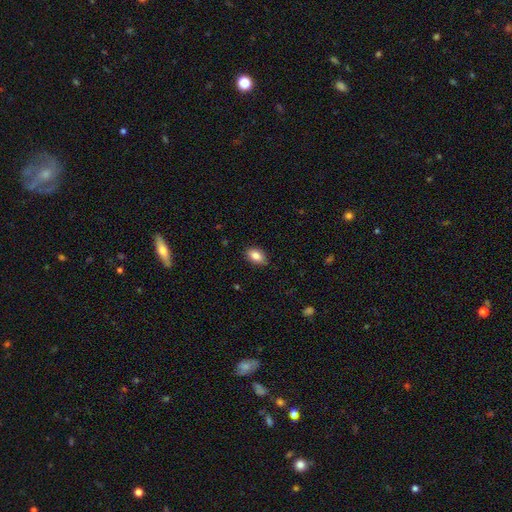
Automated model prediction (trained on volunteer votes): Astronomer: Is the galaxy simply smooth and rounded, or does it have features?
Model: smooth — 85%.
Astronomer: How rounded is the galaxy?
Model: in between — 88%.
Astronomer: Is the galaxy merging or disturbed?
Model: none — 84%.